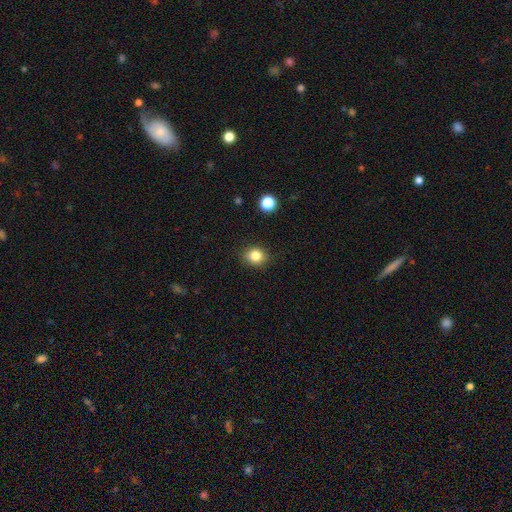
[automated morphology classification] Q: Smooth or featured?
A: smooth (84%); runner-up: star or artifact (11%)
Q: How rounded?
A: round (69%); runner-up: in between (30%)
Q: Merging?
A: none (87%); runner-up: minor disturbance (9%)